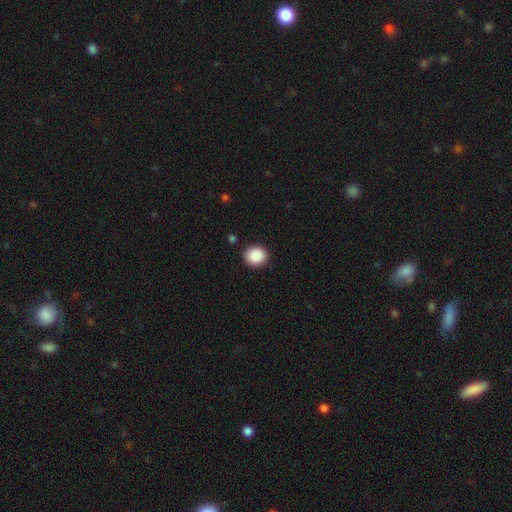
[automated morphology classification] Smooth or featured? Predicted: smooth (p=0.89). How rounded? Predicted: round (p=0.81). Merging? Predicted: none (p=0.90).